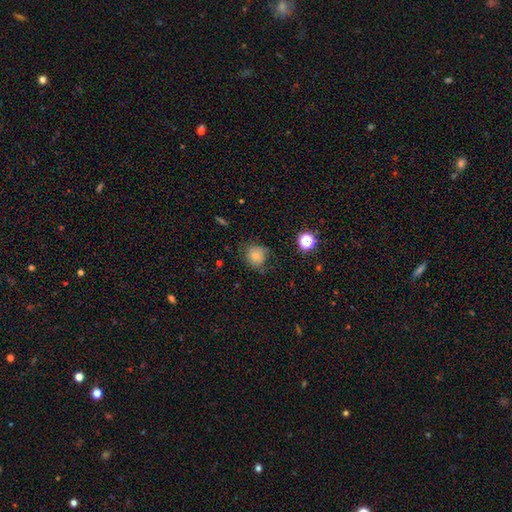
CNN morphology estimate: The model was most divided on "merging": none: 64%, minor disturbance: 25%, major disturbance: 9%, merger: 2%. More confident: how rounded — round (82%); smooth or featured — smooth (64%).